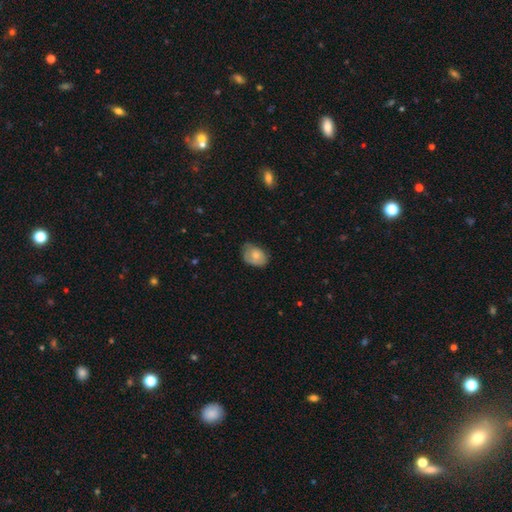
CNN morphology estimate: This is likely a smooth galaxy (72%). How rounded: likely in between (78%). Merging: possibly none (56%).